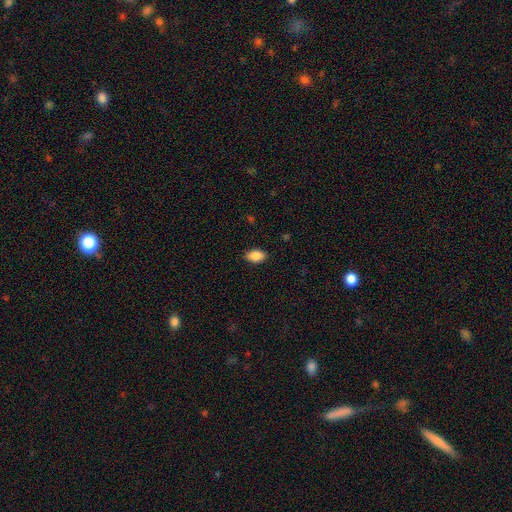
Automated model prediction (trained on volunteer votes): Smooth or featured? Predicted: smooth (p=0.88). How rounded? Predicted: in between (p=0.92). Merging? Predicted: none (p=0.88).